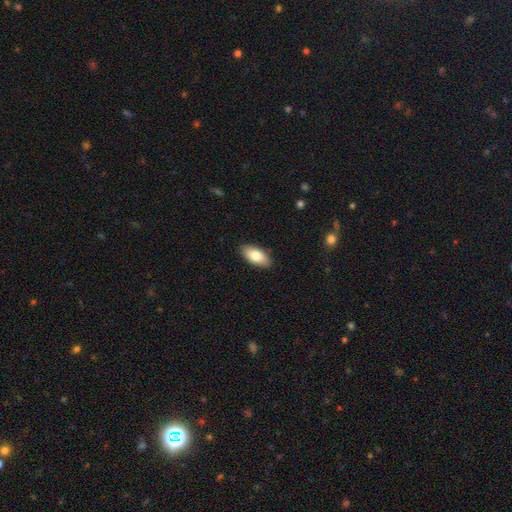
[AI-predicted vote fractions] Smooth or featured? smooth (81%)
How rounded? in between (91%)
Merging? none (89%)